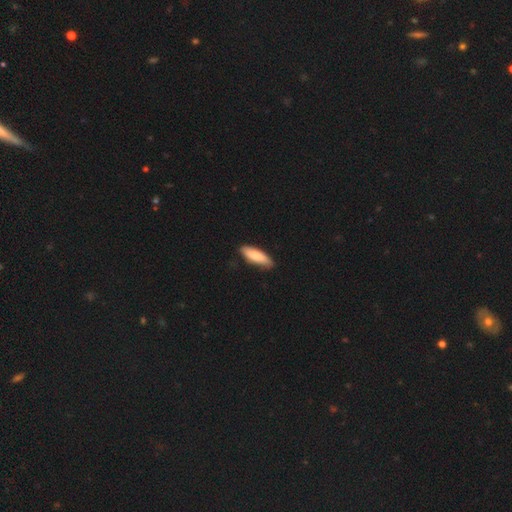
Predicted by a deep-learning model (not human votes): smooth 82%, featured or disk 13%, star or artifact 5%. Down the decision tree: how rounded — in between (49%, tied with cigar-shaped); merging — none (81%).